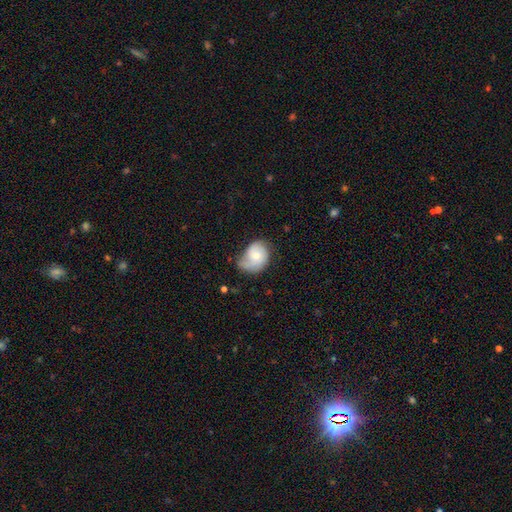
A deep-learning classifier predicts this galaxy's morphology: Q: Smooth or featured?
A: smooth (48%); runner-up: featured or disk (45%)
Q: Merging?
A: none (41%); runner-up: minor disturbance (36%)